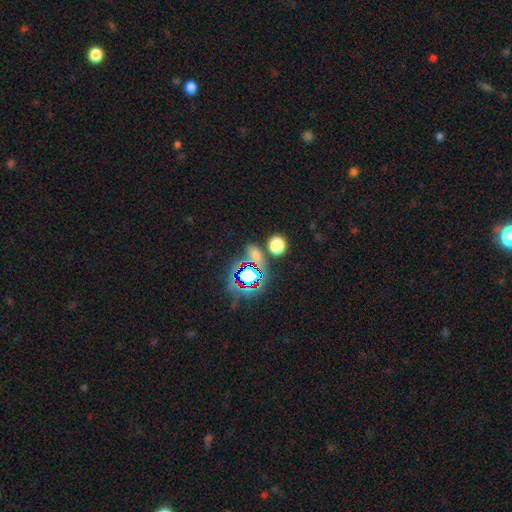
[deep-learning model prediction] This appears to be a star or artifact, not a galaxy (46%).